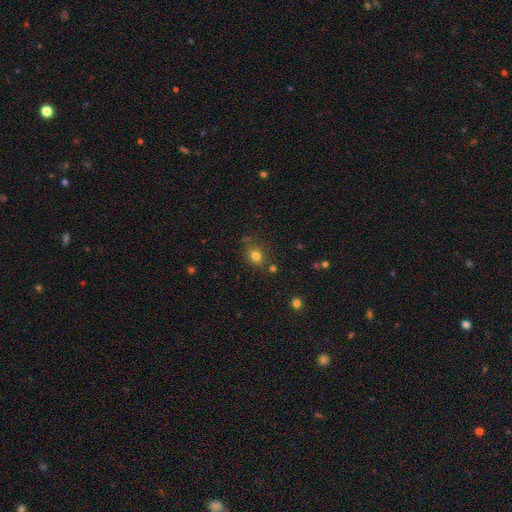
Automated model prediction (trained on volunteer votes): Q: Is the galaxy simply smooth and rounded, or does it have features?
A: smooth — 78%.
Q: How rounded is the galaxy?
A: round — 70%.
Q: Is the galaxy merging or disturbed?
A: none — 75%.